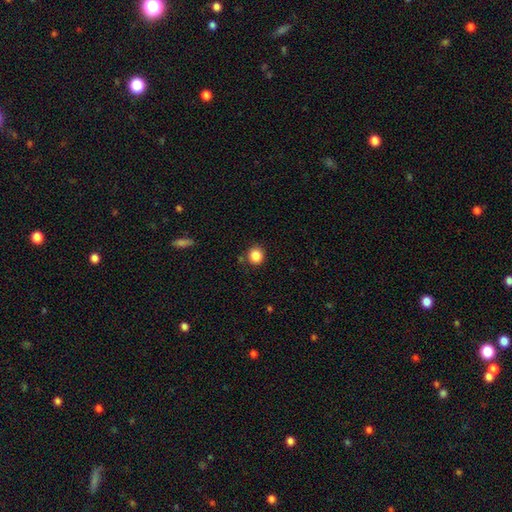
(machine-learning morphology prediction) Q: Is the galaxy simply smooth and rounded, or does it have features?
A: smooth — 86%.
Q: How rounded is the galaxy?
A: round — 86%.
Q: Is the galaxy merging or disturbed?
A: none — 86%.